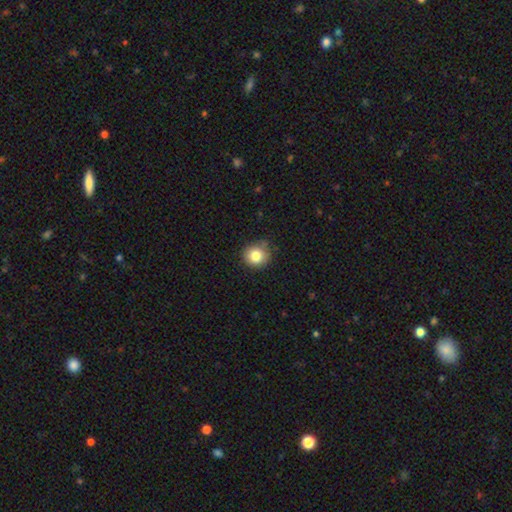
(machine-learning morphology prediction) Smooth or featured: smooth — 82% (star or artifact — 10%)
How rounded: round — 90% (in between — 9%)
Merging: none — 80% (minor disturbance — 15%)